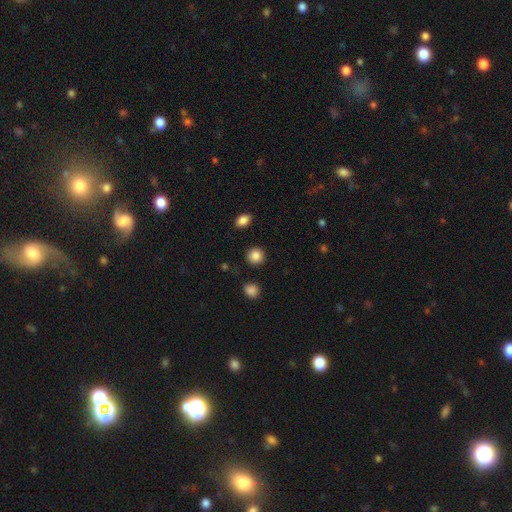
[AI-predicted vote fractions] The model was most divided on "smooth or featured": smooth: 87%, star or artifact: 9%, featured or disk: 4%. More confident: how rounded — round (91%); merging — none (91%).